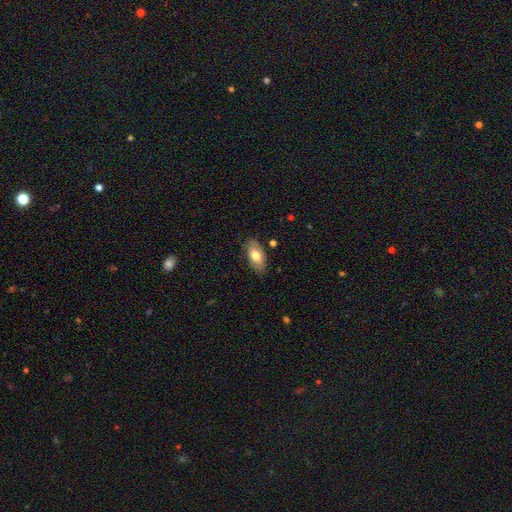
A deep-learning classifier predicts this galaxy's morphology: This appears to be a smooth galaxy with no disk features (70%) that is in between round and cigar-shaped (93%). Merging: none (82%).